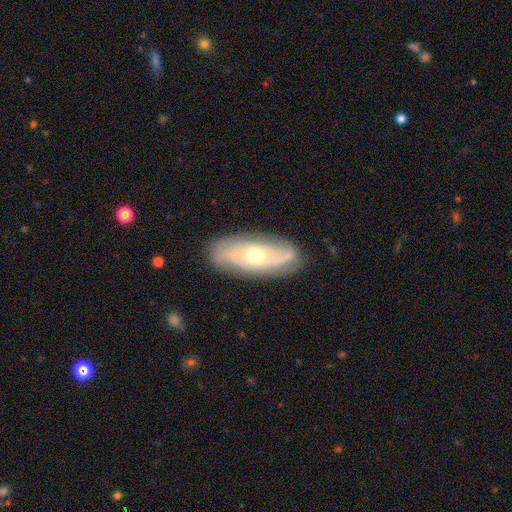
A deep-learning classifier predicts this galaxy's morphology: Overall: featured or disk (74%). Edge-on disk: no (88%). Bar: no (74%). Spiral arms: yes (87%). Spiral arm count: 2 (42%; can't tell 36%). Spiral winding: tight (50%; medium 34%). Bulge size: moderate (55%; small 39%). Merging: none (80%).